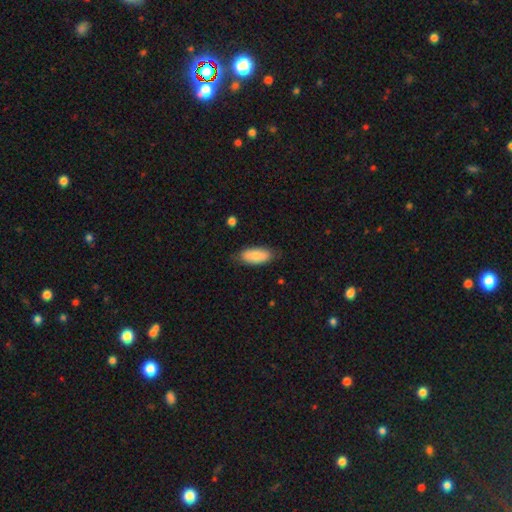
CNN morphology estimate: The model was most divided on "merging": none: 77%, minor disturbance: 18%, major disturbance: 3%, merger: 1%. More confident: how rounded — in between (89%); smooth or featured — smooth (80%).